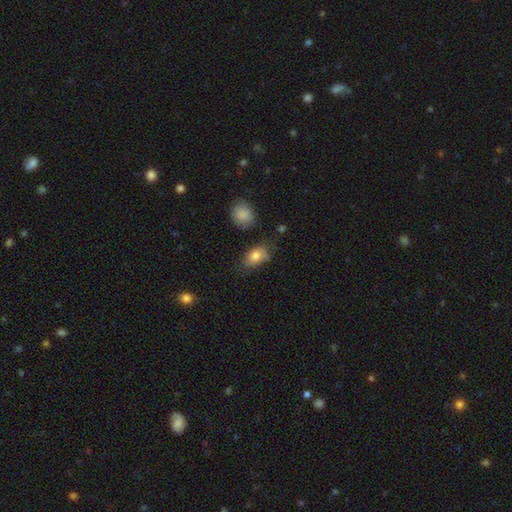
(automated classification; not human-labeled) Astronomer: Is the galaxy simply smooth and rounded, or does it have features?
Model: smooth — 80%.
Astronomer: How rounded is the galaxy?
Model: in between — 85%.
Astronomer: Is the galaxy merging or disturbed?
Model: none — 57%.